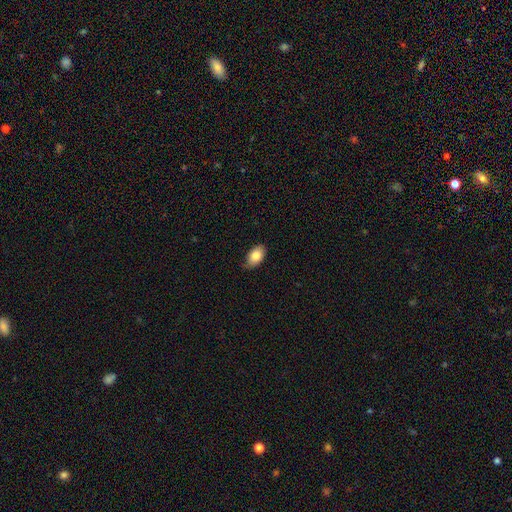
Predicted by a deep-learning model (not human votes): This appears to be a smooth galaxy with no disk features (84%) that is in between round and cigar-shaped (92%). Merging: none (74%).